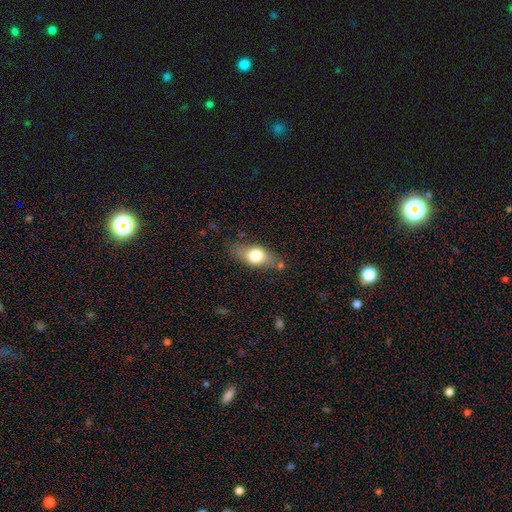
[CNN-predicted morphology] smooth 67%, featured or disk 26%, star or artifact 8%. Down the decision tree: how rounded — in between (76%); merging — none (70%).